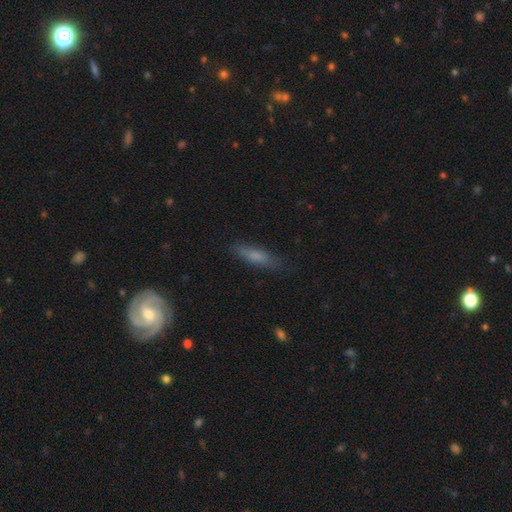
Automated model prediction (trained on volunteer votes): A smooth galaxy with no disk features (66%) that is cigar-shaped (72%).

Vote fractions:
- Smooth or featured? smooth: 66% / featured or disk: 25% / star or artifact: 9%
- How rounded? cigar-shaped: 72% / in between: 26% / round: 2%
- Merging? none: 80% / minor disturbance: 14% / major disturbance: 4% / merger: 1%